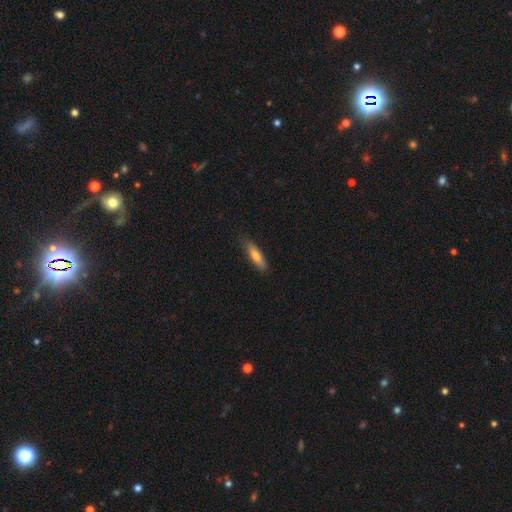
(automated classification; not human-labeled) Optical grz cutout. It shows a smooth galaxy with no disk features (73%) that is cigar-shaped (68%). Merging: none (81%).